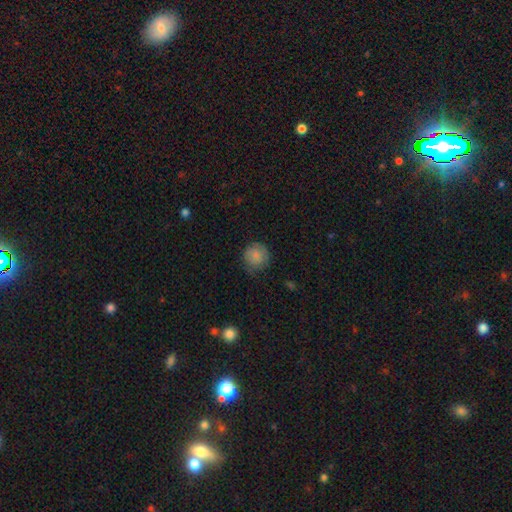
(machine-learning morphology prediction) Smooth or featured?
  - smooth: 81% *
  - featured or disk: 11%
  - star or artifact: 8%
How rounded?
  - round: 92% *
  - in between: 7%
  - cigar-shaped: 1%
Merging?
  - none: 73% *
  - minor disturbance: 21%
  - major disturbance: 5%
  - merger: 1%